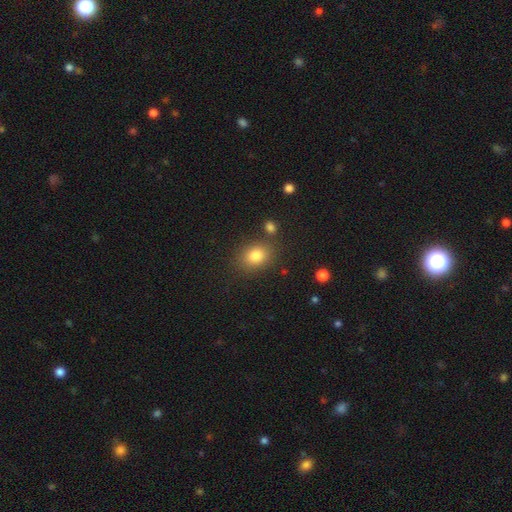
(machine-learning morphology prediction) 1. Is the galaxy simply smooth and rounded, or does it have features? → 82% smooth, 10% star or artifact, 7% featured or disk.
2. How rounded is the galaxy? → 59% in between, 40% round, 1% cigar-shaped.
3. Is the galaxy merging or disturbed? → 78% none, 11% minor disturbance, 7% merger, 4% major disturbance.